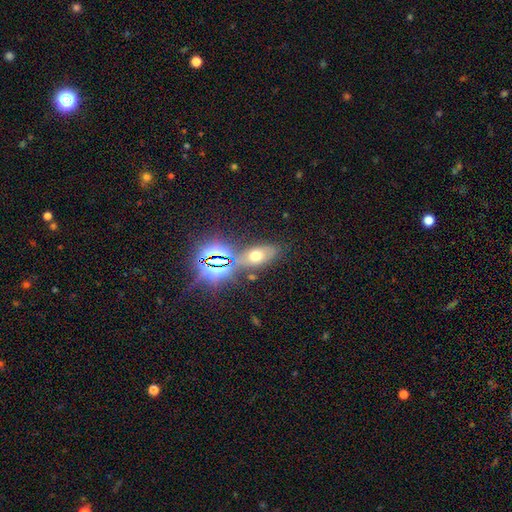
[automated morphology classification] Overall: smooth (50%; star or artifact 31%). How rounded: in between (80%). Merging: none (67%).